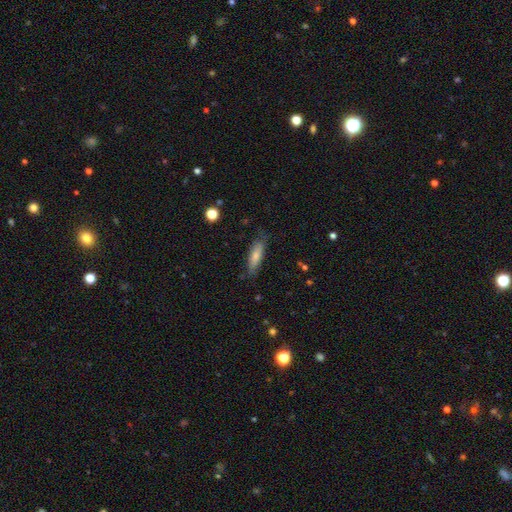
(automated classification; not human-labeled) smooth_or_featured: smooth (p=0.72) [alt: featured or disk p=0.21]
how_rounded: cigar-shaped (p=0.58) [alt: in between p=0.40]
merging: none (p=0.75) [alt: minor disturbance p=0.20]